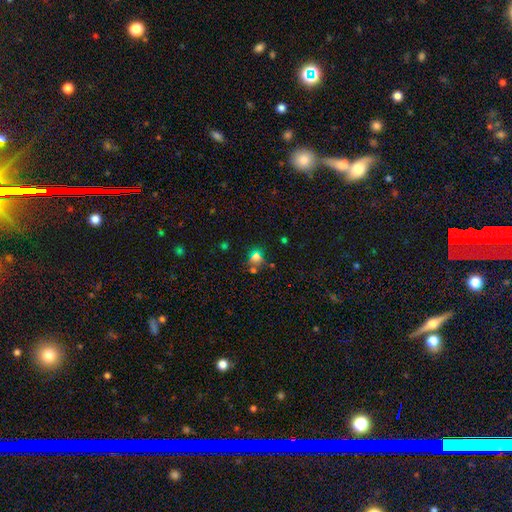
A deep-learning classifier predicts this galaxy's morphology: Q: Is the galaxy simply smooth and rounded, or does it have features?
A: smooth — 62%.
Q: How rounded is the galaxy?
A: round — 69%.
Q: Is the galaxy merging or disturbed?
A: none — 65%.